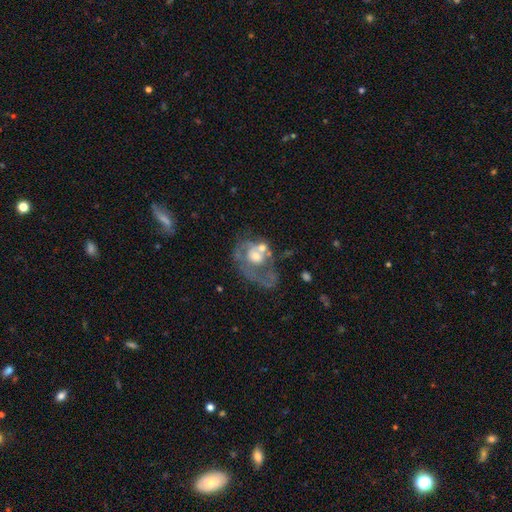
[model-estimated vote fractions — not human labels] Overall: featured or disk (69%). Edge-on disk: no (97%). Bar: no (79%). Spiral arms: yes (58%; no 42%). Bulge size: moderate (58%; small 26%). Merging: major disturbance (32%; none 29%).